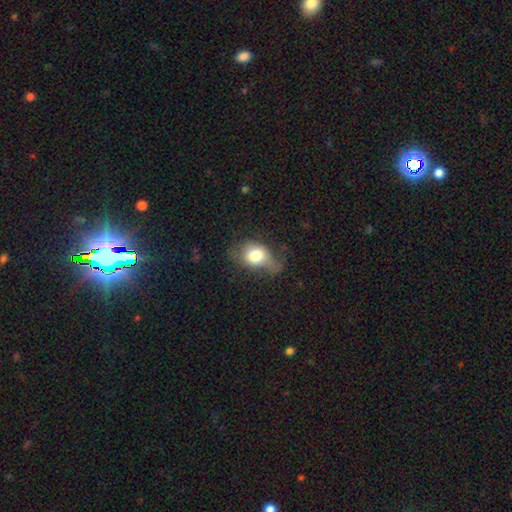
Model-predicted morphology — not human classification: This appears to be a smooth galaxy with no disk features (71%) that is in between round and cigar-shaped (60%). Merging: none (34%, tied with minor disturbance).